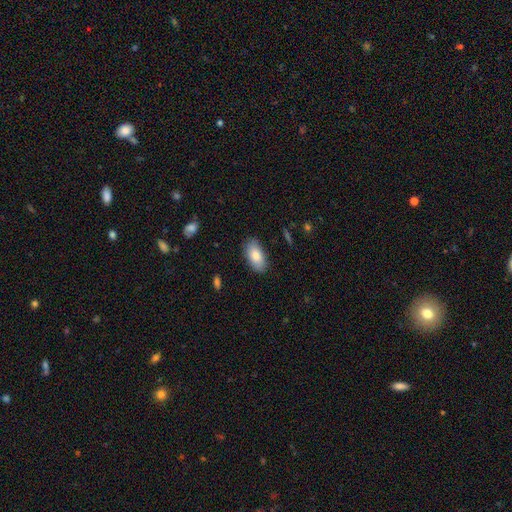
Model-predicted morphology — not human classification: Smooth or featured?
  - smooth: 84% *
  - featured or disk: 10%
  - star or artifact: 6%
How rounded?
  - in between: 93% *
  - cigar-shaped: 4%
  - round: 3%
Merging?
  - none: 85% *
  - minor disturbance: 11%
  - major disturbance: 3%
  - merger: 1%